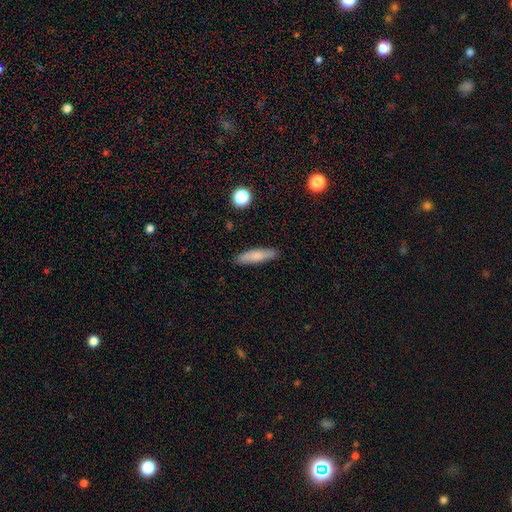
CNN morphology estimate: A smooth galaxy with no disk features (75%) that is cigar-shaped (78%). Merging: none (88%).